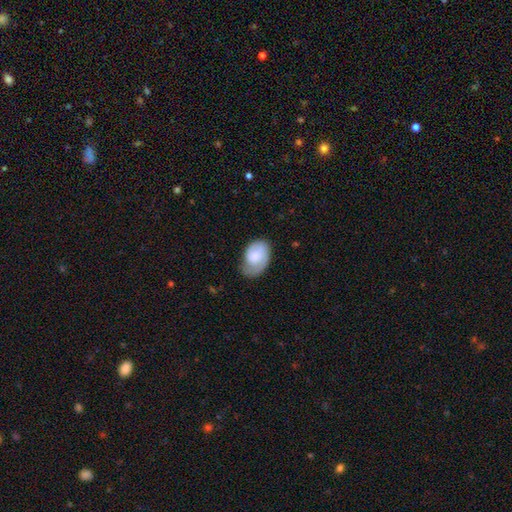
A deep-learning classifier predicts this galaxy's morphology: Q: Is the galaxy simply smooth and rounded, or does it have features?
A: featured or disk — 49%.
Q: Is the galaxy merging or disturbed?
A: none — 53%.